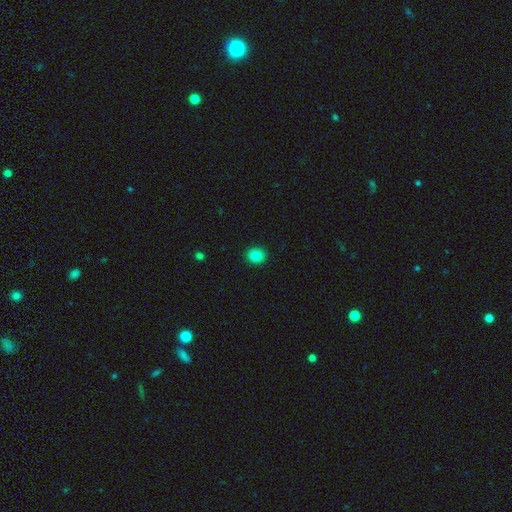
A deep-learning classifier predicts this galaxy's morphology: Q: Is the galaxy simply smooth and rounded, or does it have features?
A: smooth — 82%.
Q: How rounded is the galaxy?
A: round — 84%.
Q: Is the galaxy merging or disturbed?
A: none — 92%.